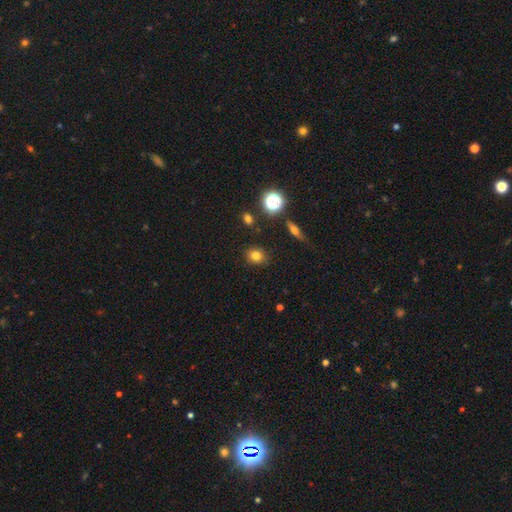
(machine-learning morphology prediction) Q: Smooth or featured?
A: smooth (77%); runner-up: star or artifact (15%)
Q: How rounded?
A: round (67%); runner-up: in between (32%)
Q: Merging?
A: none (87%); runner-up: minor disturbance (9%)